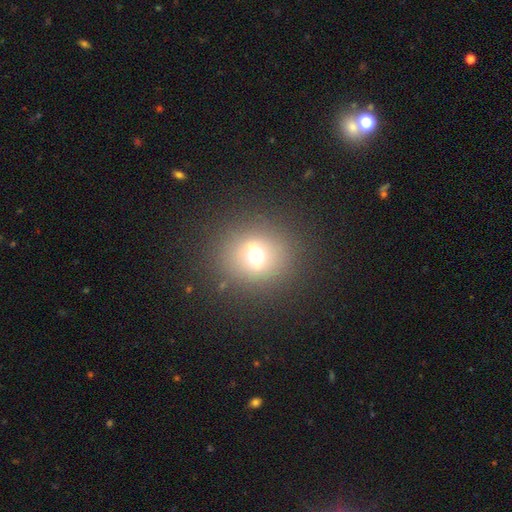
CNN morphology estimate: Smooth or featured? Predicted: smooth (p=0.57). How rounded? Predicted: round (p=0.80). Merging? Predicted: none (p=0.82).